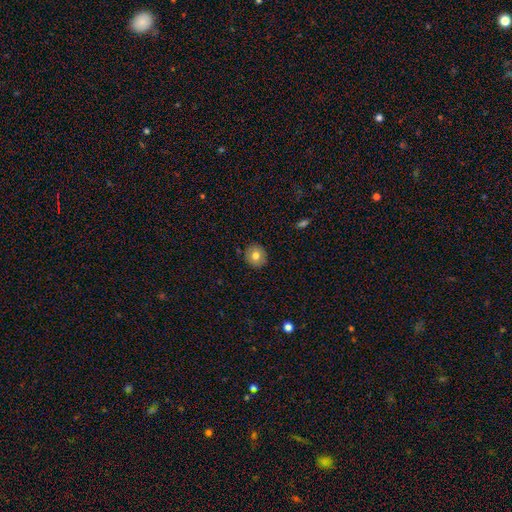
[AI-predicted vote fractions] A smooth galaxy with no disk features (76%) that is round (89%).

Vote fractions:
- Smooth or featured? smooth: 76% / featured or disk: 16% / star or artifact: 9%
- How rounded? round: 89% / in between: 10% / cigar-shaped: 1%
- Merging? none: 89% / minor disturbance: 8% / major disturbance: 2% / merger: 1%